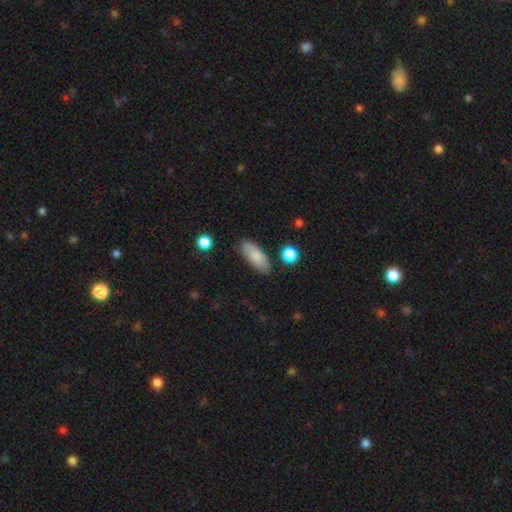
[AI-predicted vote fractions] smooth 84%, featured or disk 9%, star or artifact 7%. Down the decision tree: how rounded — in between (78%); merging — none (84%).